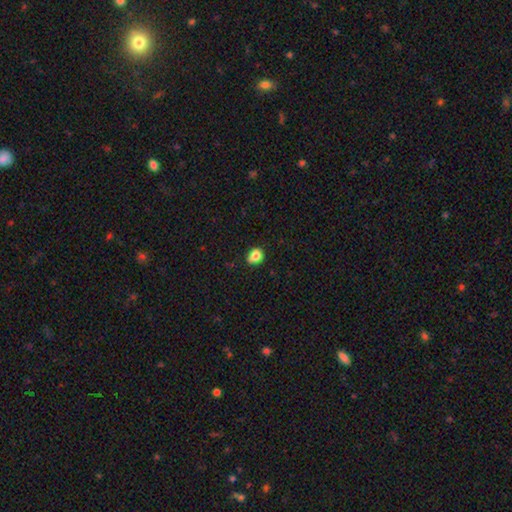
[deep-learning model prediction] Smooth or featured? smooth (84%)
How rounded? round (52%)
Merging? none (74%)